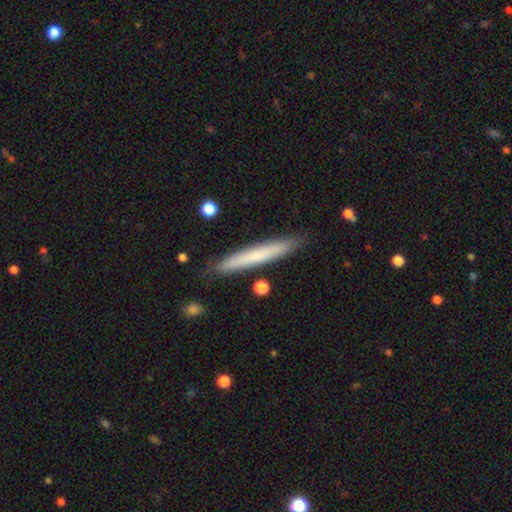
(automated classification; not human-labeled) Smooth or featured: smooth — 63% (featured or disk — 31%)
How rounded: cigar-shaped — 96% (in between — 3%)
Merging: none — 89% (minor disturbance — 8%)